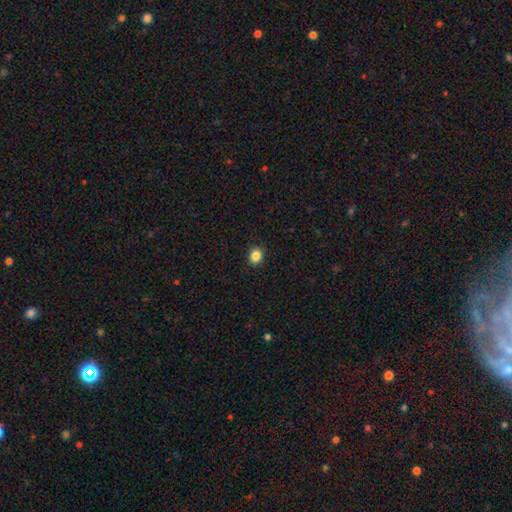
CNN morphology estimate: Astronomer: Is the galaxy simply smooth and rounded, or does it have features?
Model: smooth — 85%.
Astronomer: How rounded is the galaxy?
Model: round — 71%.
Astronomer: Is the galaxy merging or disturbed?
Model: none — 91%.